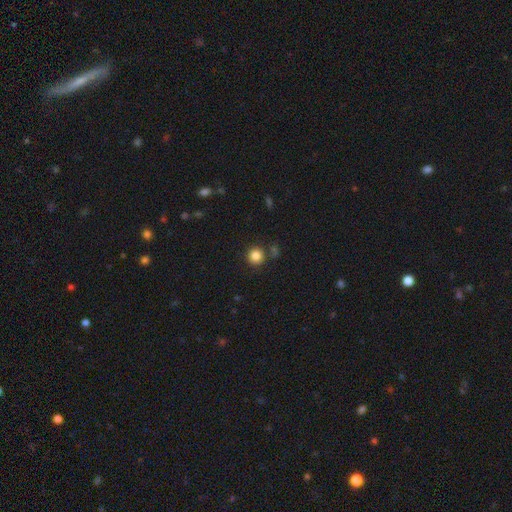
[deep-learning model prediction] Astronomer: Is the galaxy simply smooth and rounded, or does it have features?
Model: smooth — 85%.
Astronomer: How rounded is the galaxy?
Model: round — 94%.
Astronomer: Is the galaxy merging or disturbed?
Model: none — 82%.